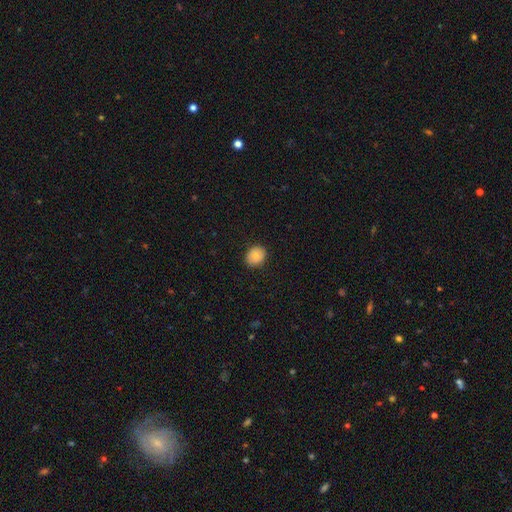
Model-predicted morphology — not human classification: Overall: smooth (86%). How rounded: round (63%; in between 36%). Merging: none (88%).